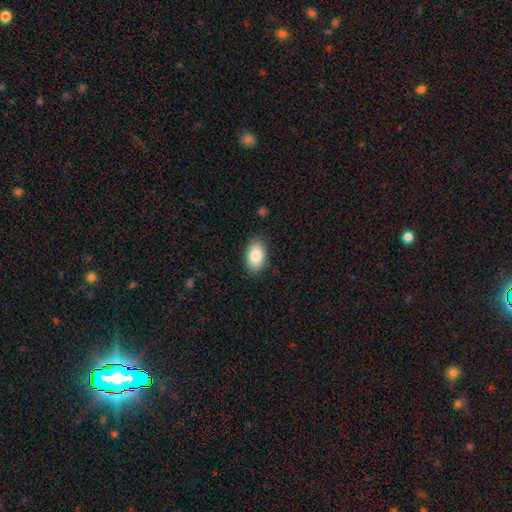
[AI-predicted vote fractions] Smooth or featured? Predicted: smooth (p=0.86). How rounded? Predicted: in between (p=0.92). Merging? Predicted: none (p=0.85).